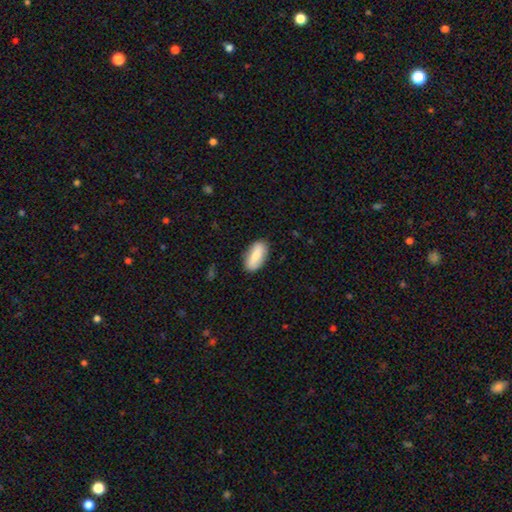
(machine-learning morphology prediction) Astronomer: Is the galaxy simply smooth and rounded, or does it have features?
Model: smooth — 76%.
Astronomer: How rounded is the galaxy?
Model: in between — 86%.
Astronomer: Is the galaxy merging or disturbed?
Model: none — 86%.